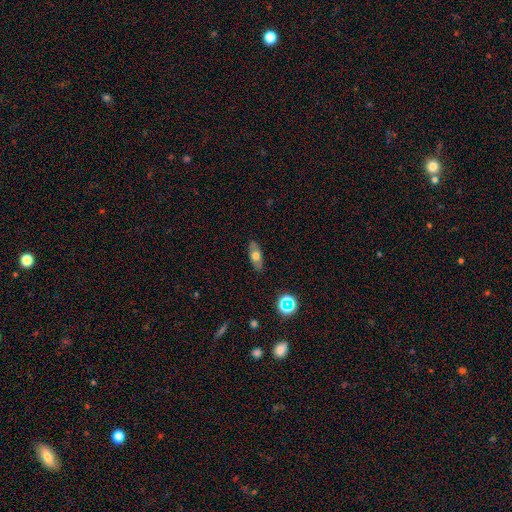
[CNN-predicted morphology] Overall: smooth (60%; featured or disk 31%). How rounded: in between (76%). Merging: none (86%).